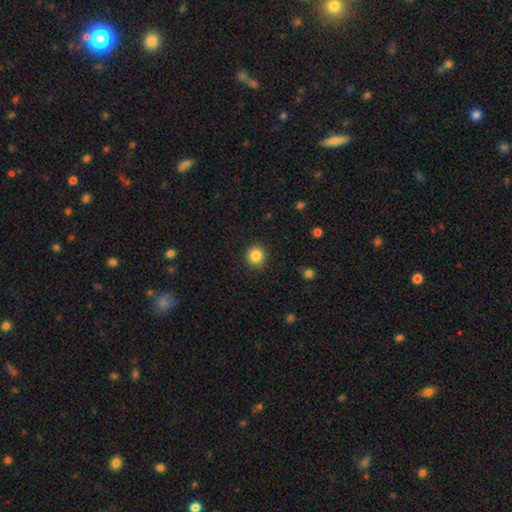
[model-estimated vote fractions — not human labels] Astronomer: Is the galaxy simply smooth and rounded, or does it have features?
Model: smooth — 86%.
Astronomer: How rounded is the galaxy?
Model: round — 91%.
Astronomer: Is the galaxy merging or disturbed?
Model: none — 89%.